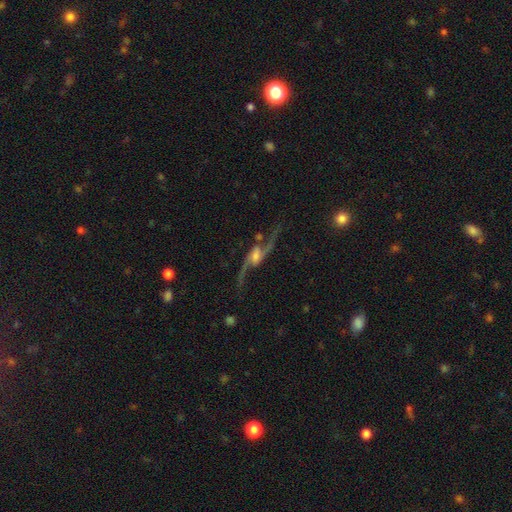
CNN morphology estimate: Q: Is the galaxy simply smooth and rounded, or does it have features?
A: featured or disk — 89%.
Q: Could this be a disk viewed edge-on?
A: no — 91%.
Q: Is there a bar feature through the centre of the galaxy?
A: weak — 43%.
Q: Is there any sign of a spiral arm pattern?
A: yes — 96%.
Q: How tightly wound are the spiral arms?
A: loose — 90%.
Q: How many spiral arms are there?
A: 2 — 94%.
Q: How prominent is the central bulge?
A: moderate — 38%.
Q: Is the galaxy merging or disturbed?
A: none — 67%.